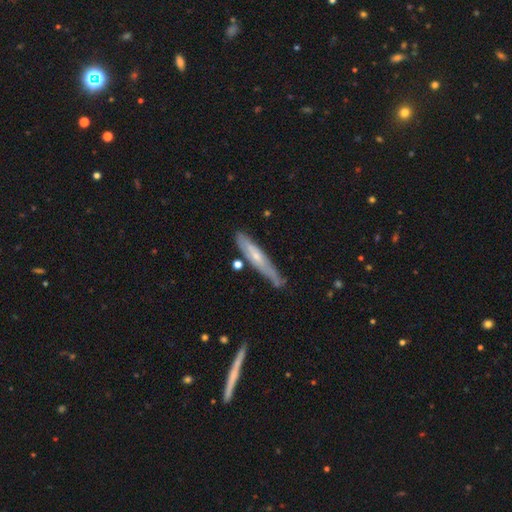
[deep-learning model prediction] Smooth or featured? featured or disk (51%)
Edge-on disk? yes (75%)
Merging? none (68%)